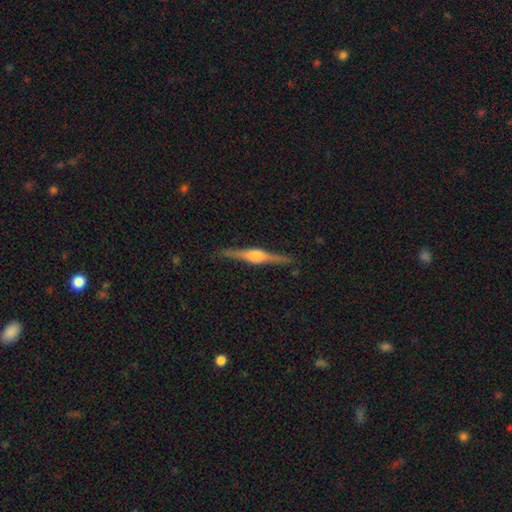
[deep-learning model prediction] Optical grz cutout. It shows a featured or disk galaxy (81%) viewed edge-on (98%) with a rounded central bulge (86%). Merging: none (88%).